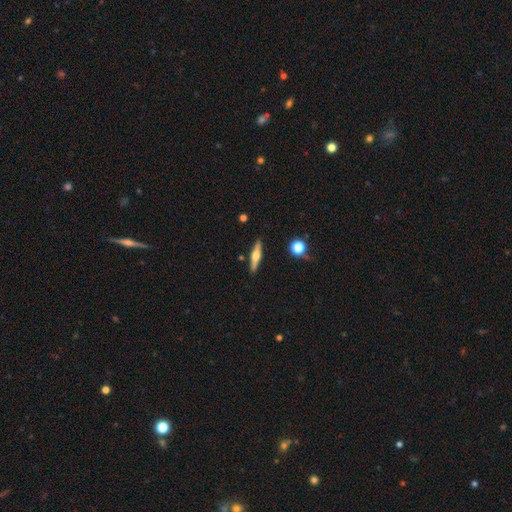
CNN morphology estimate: Overall: featured or disk (58%; smooth 35%). Edge-on disk: yes (96%). Edge-on bulge: rounded (92%). Merging: none (88%).